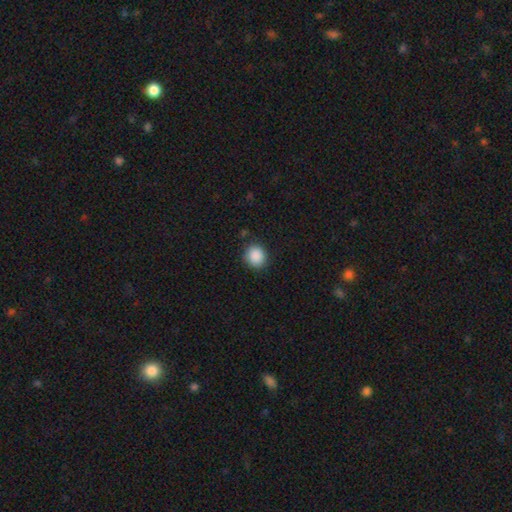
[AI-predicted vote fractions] smooth-or-featured: smooth: 89% | star or artifact: 8% | featured or disk: 3%
  how-rounded: round: 86% | in between: 13% | cigar-shaped: 1%
  merging: none: 86% | minor disturbance: 10% | major disturbance: 3% | merger: 1%